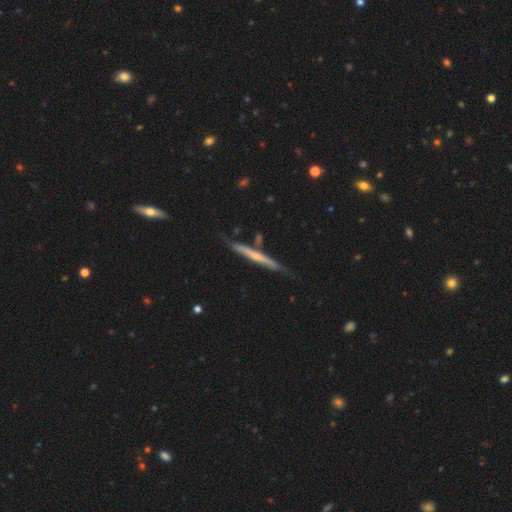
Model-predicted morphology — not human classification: Smooth or featured? Predicted: featured or disk (p=0.65). Edge-on disk? Predicted: yes (p=0.95). Edge-on bulge? Predicted: rounded (p=0.51). Merging? Predicted: none (p=0.74).